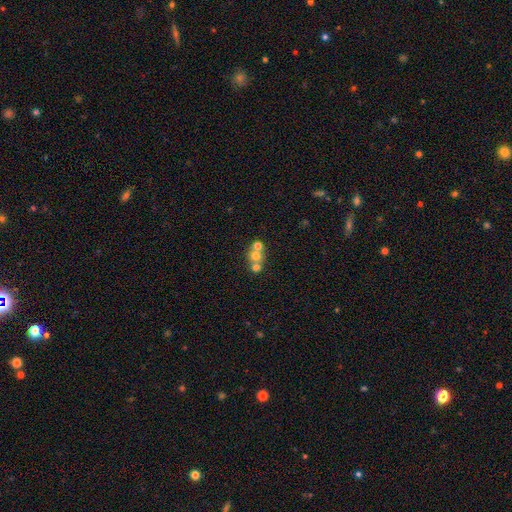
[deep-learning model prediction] The model was most divided on "merging": merger: 55%, none: 36%, minor disturbance: 6%, major disturbance: 3%. More confident: how rounded — round (79%); smooth or featured — smooth (62%).